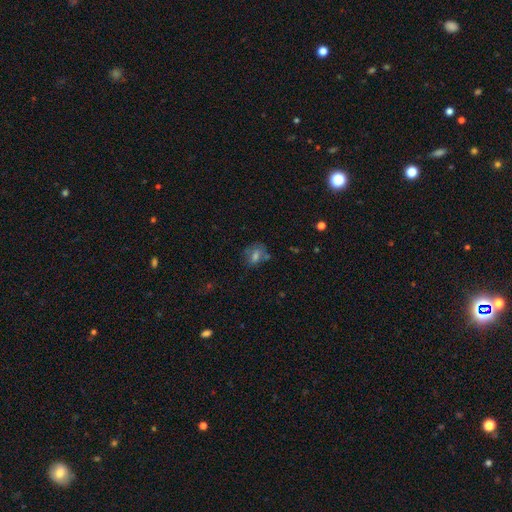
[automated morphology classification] A smooth galaxy with no disk features (53%) that is in between round and cigar-shaped (56%).

Vote fractions:
- Smooth or featured? smooth: 53% / featured or disk: 25% / star or artifact: 22%
- How rounded? in between: 56% / round: 42% / cigar-shaped: 3%
- Merging? none: 59% / minor disturbance: 21% / major disturbance: 11% / merger: 9%